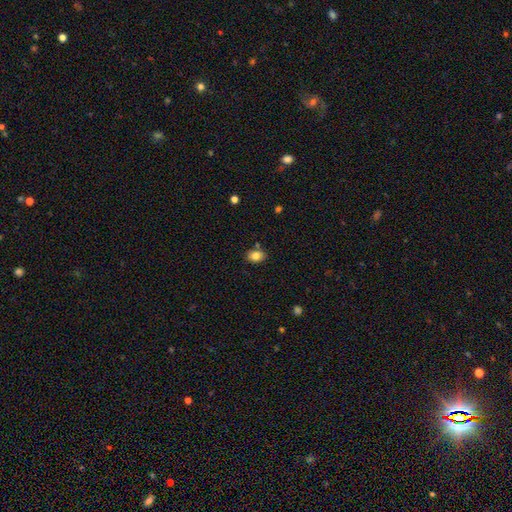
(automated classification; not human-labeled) A smooth galaxy with no disk features (82%) that is in between round and cigar-shaped (72%). Merging: none (80%).